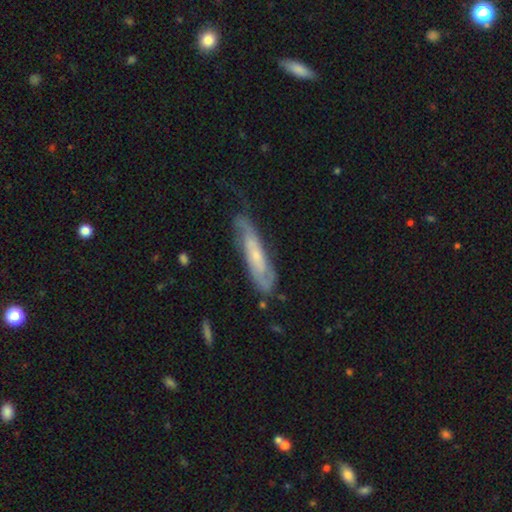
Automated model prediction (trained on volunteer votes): Q: Smooth or featured?
A: featured or disk (69%); runner-up: smooth (25%)
Q: Edge-on disk?
A: no (71%); runner-up: yes (29%)
Q: Merging?
A: none (58%); runner-up: minor disturbance (27%)